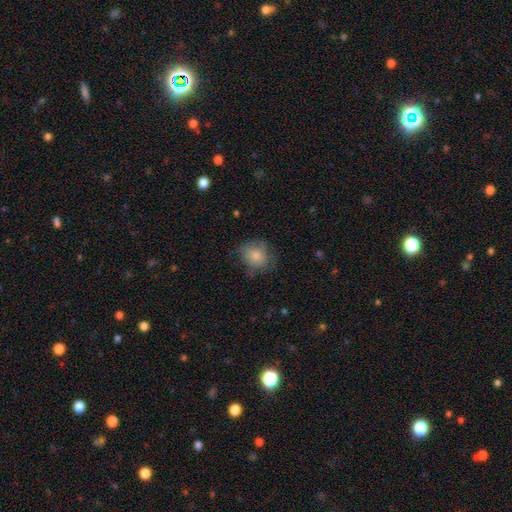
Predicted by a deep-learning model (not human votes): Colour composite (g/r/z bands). It shows a smooth galaxy with no disk features (80%) that is round (71%). Merging: none (64%).